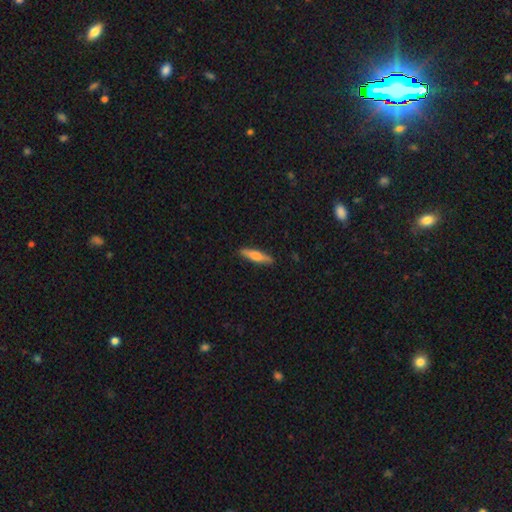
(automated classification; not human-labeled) smooth_or_featured: smooth (p=0.59) [alt: featured or disk p=0.35]
how_rounded: cigar-shaped (p=0.80) [alt: in between p=0.18]
merging: none (p=0.90) [alt: minor disturbance p=0.08]